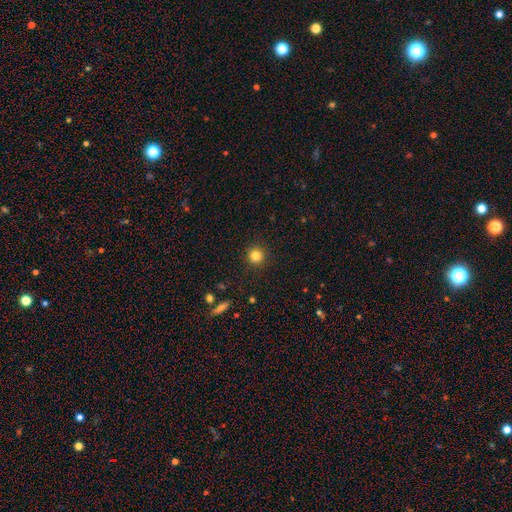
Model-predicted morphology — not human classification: type=smooth (83%); roundness=round (94%); merging=none (92%).